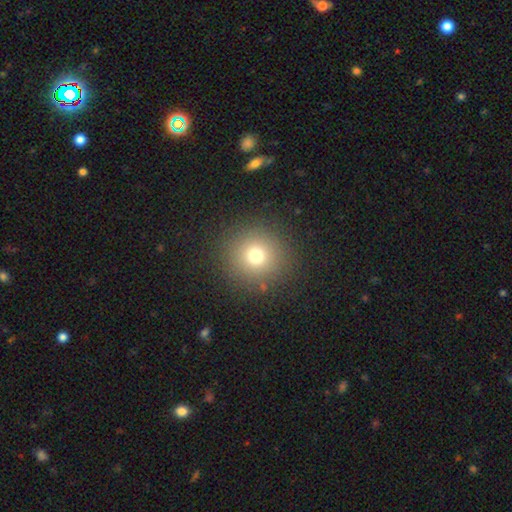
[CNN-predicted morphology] Smooth or featured: smooth — 73% (star or artifact — 18%)
How rounded: round — 94% (in between — 5%)
Merging: none — 89% (minor disturbance — 6%)